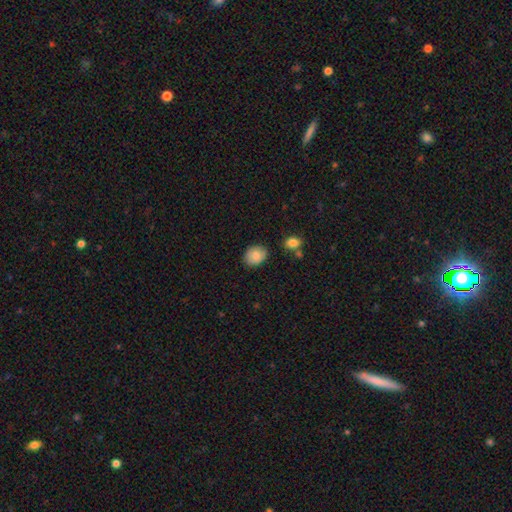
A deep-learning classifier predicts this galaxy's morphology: The model was most divided on "how rounded": in between: 59%, round: 40%, cigar-shaped: 1%. More confident: smooth or featured — smooth (85%); merging — none (81%).